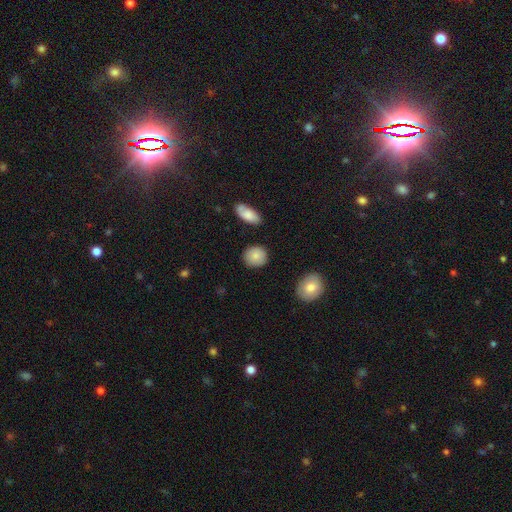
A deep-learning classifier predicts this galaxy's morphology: type=smooth (86%); roundness=round (84%); merging=none (87%).